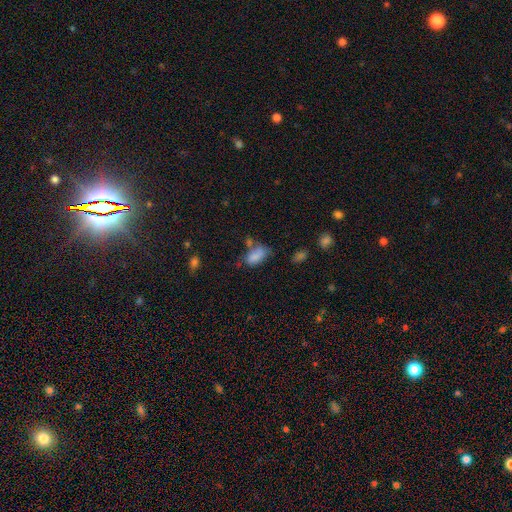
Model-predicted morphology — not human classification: Smooth or featured? smooth (80%)
How rounded? in between (91%)
Merging? none (39%)